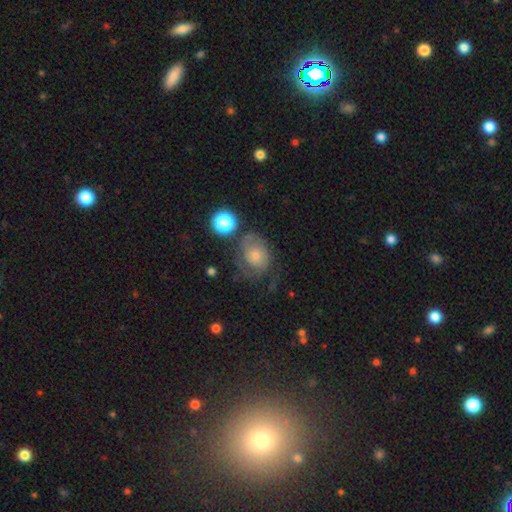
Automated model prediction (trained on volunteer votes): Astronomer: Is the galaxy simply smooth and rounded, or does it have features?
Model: featured or disk — 48% (runner-up: smooth, 38%).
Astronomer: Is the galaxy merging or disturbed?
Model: none — 46% (runner-up: minor disturbance, 26%).